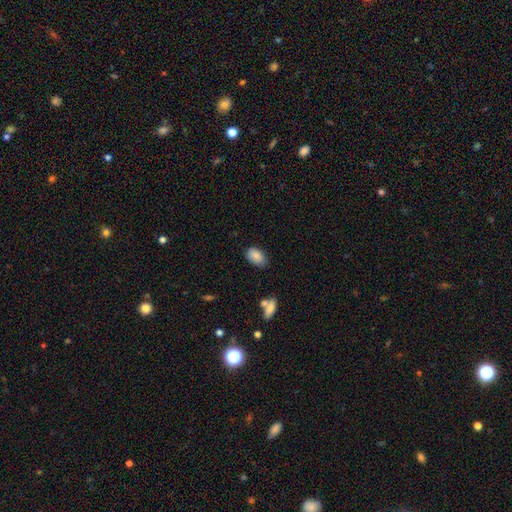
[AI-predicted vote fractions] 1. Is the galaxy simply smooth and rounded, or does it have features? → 85% smooth, 8% star or artifact, 7% featured or disk.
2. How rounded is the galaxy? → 91% in between, 8% round, 1% cigar-shaped.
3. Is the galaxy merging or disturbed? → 72% none, 21% minor disturbance, 4% major disturbance, 3% merger.